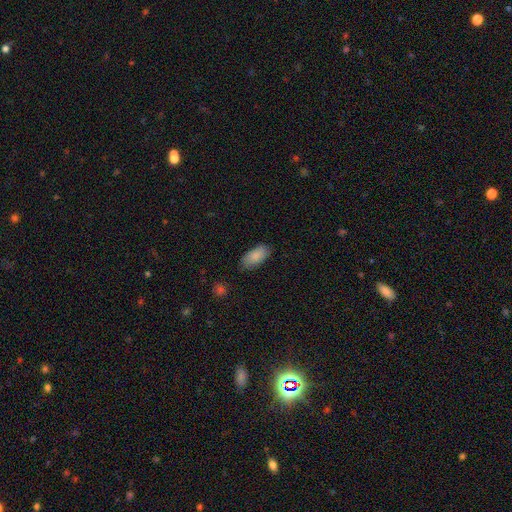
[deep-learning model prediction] Smooth or featured?
  - smooth: 87% *
  - featured or disk: 7%
  - star or artifact: 6%
How rounded?
  - in between: 92% *
  - cigar-shaped: 6%
  - round: 2%
Merging?
  - none: 83% *
  - minor disturbance: 13%
  - major disturbance: 3%
  - merger: 1%